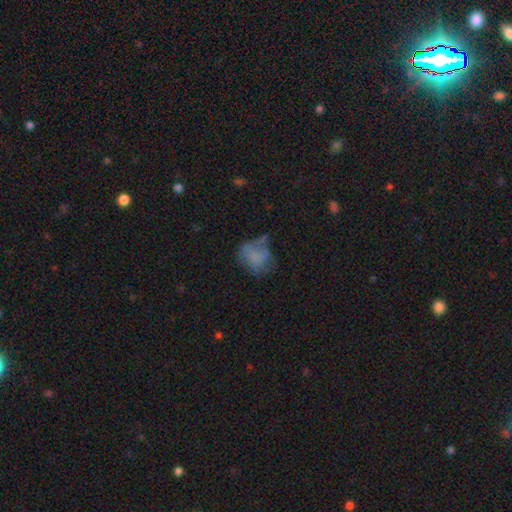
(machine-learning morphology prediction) Smooth or featured? Predicted: smooth (p=0.62). How rounded? Predicted: round (p=0.51). Merging? Predicted: none (p=0.36).